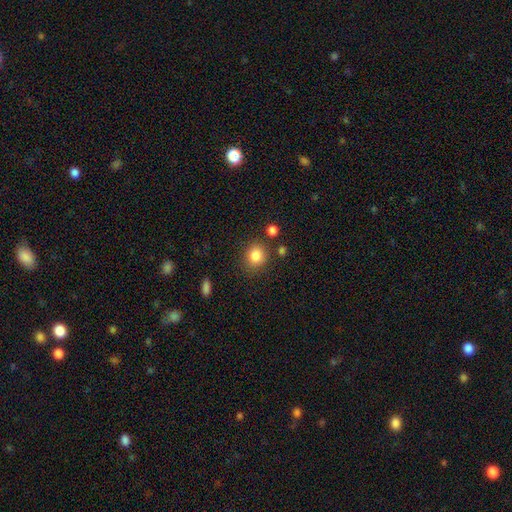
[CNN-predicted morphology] smooth_or_featured: smooth (p=0.84) [alt: star or artifact p=0.10]
how_rounded: round (p=0.75) [alt: in between p=0.24]
merging: none (p=0.81) [alt: minor disturbance p=0.11]